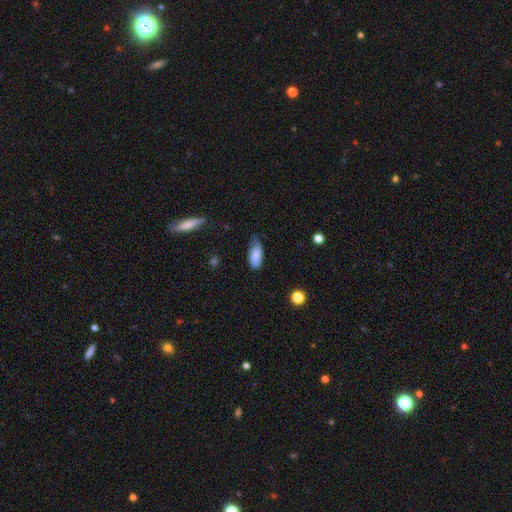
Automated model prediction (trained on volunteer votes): This appears to be a smooth galaxy with no disk features (82%) that is in between round and cigar-shaped (88%). Merging: none (50%).